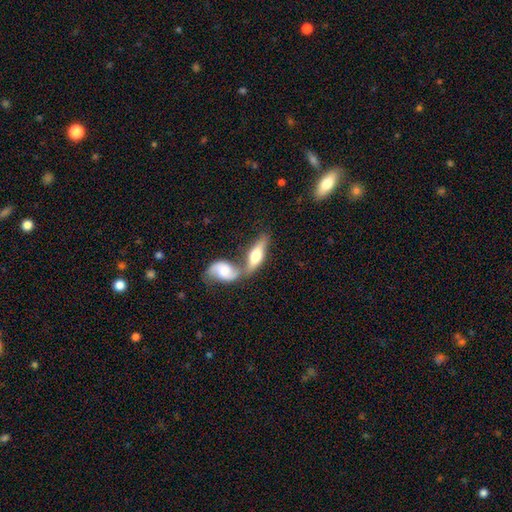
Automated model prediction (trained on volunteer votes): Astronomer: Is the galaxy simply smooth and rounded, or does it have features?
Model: featured or disk — 50% (runner-up: smooth, 44%).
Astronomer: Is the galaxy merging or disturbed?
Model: merger — 61%.